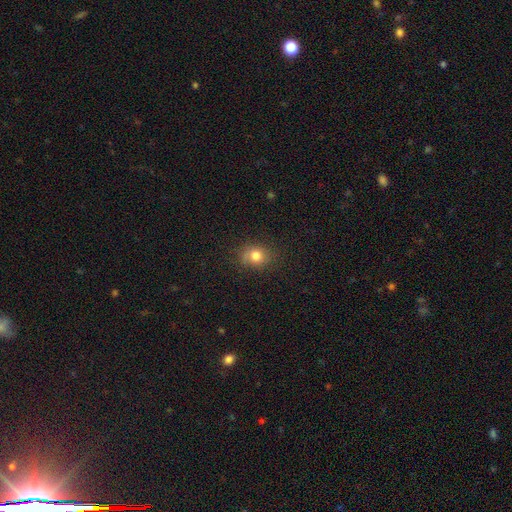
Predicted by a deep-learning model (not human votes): smooth_or_featured: smooth (p=0.79) [alt: star or artifact p=0.13]
how_rounded: round (p=0.67) [alt: in between p=0.32]
merging: none (p=0.74) [alt: minor disturbance p=0.19]